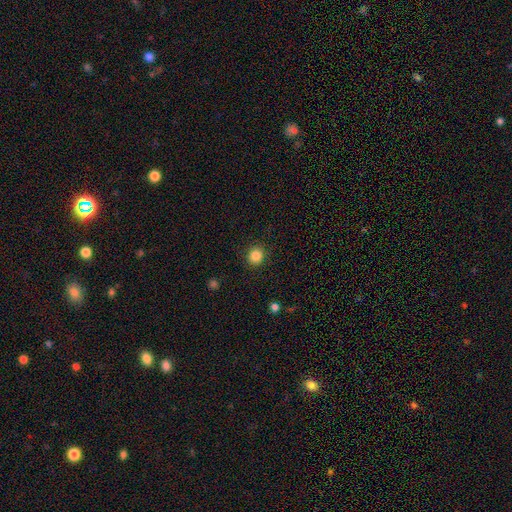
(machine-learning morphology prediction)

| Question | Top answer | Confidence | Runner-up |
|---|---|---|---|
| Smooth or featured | smooth | 85% | star or artifact (11%) |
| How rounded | round | 88% | in between (12%) |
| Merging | none | 91% | minor disturbance (6%) |